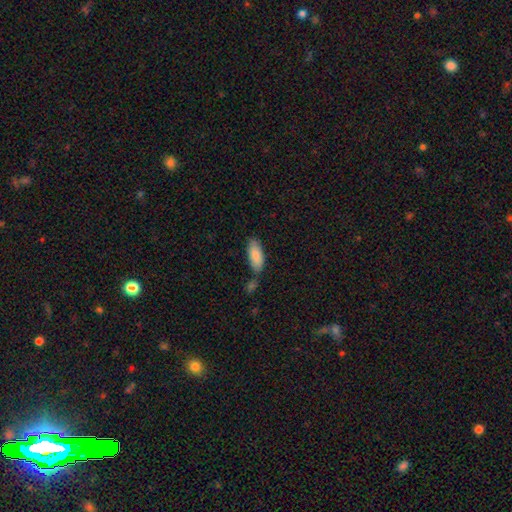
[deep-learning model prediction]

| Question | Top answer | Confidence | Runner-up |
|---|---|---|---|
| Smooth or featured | smooth | 86% | featured or disk (9%) |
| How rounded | in between | 83% | cigar-shaped (16%) |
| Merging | none | 65% | minor disturbance (18%) |